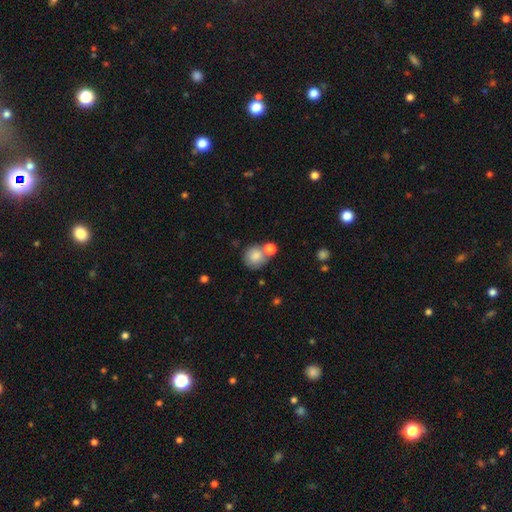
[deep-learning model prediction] Smooth or featured? Predicted: smooth (p=0.81). How rounded? Predicted: round (p=0.87). Merging? Predicted: none (p=0.53).